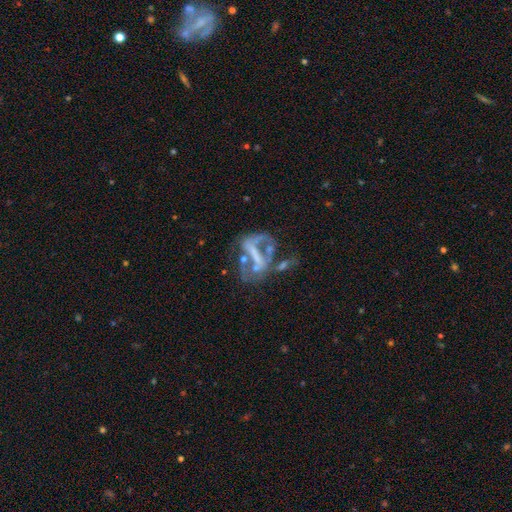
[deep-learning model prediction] smooth_or_featured: featured or disk (p=0.70) [alt: smooth p=0.15]
disk_edge_on: no (p=0.95) [alt: yes p=0.05]
bar: strong (p=0.41) [alt: no p=0.35]
has_spiral_arms: no (p=0.64) [alt: yes p=0.36]
bulge_size: none (p=0.55) [alt: small p=0.23]
merging: major disturbance (p=0.33) [alt: none p=0.27]